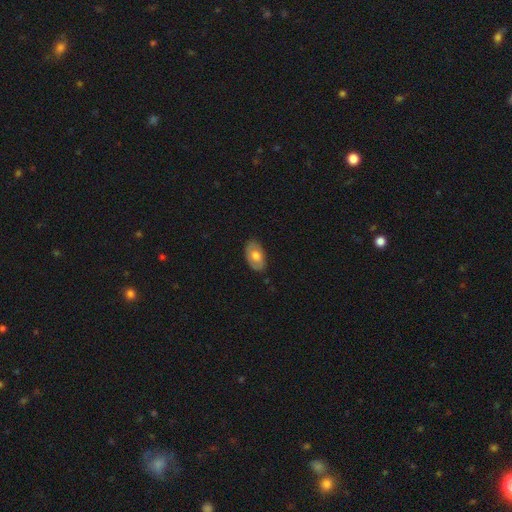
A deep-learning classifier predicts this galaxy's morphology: Q: Smooth or featured?
A: smooth (59%); runner-up: featured or disk (35%)
Q: How rounded?
A: in between (92%); runner-up: round (6%)
Q: Merging?
A: none (80%); runner-up: minor disturbance (15%)